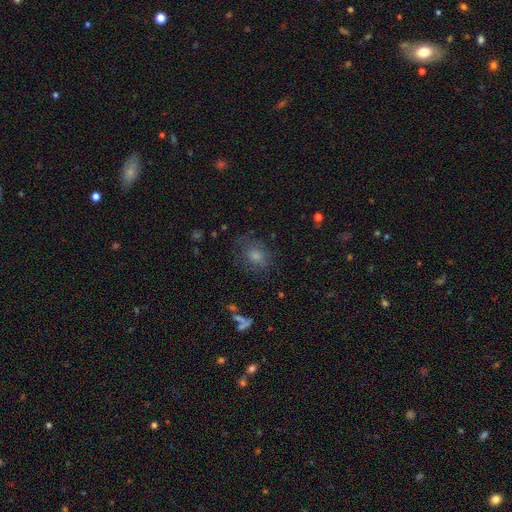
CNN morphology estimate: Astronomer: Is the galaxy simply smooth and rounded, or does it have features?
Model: smooth — 53%.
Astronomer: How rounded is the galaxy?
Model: round — 58% (runner-up: in between, 41%).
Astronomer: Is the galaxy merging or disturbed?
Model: none — 71%.